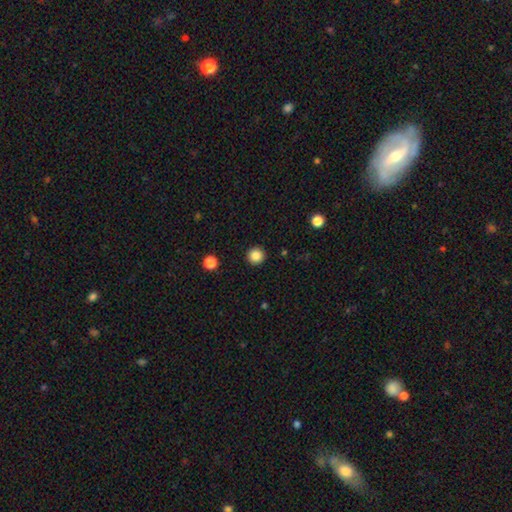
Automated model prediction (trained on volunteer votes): Overall: smooth (86%). How rounded: round (96%). Merging: none (93%).